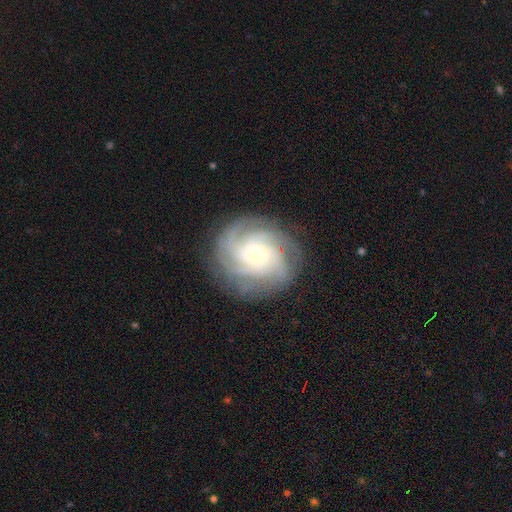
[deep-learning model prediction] Smooth or featured? featured or disk (84%)
Edge-on disk? no (98%)
Bar? no (70%)
Spiral arms? yes (97%)
Spiral winding? tight (67%)
Spiral arm count? 4 (34%)
Bulge size? small (61%)
Merging? none (82%)